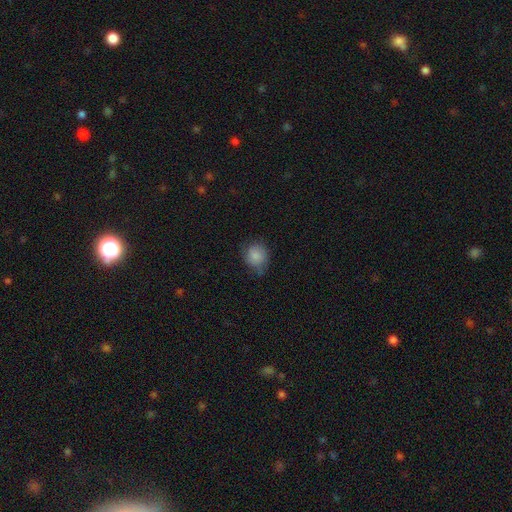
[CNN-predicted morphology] type=smooth (81%); roundness=round (75%); merging=none (59%).